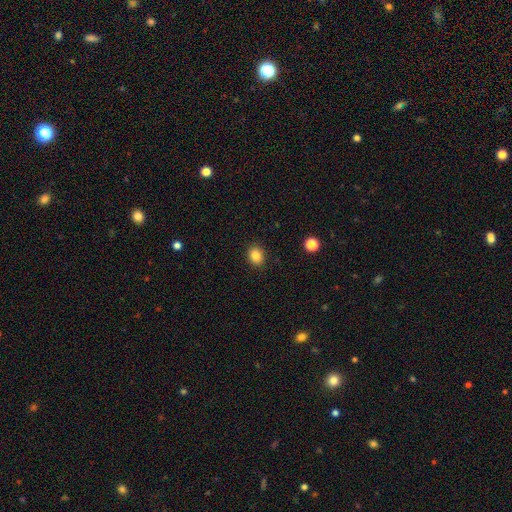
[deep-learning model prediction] smooth-or-featured: smooth: 85% | star or artifact: 10% | featured or disk: 5%
  how-rounded: round: 54% | in between: 46% | cigar-shaped: 1%
  merging: none: 89% | minor disturbance: 7% | major disturbance: 2% | merger: 1%